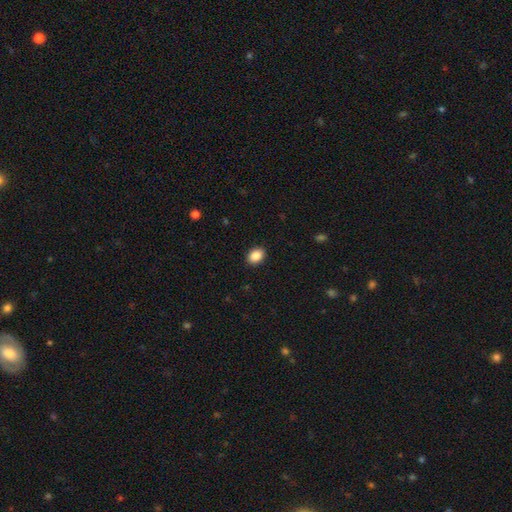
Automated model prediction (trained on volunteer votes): Smooth or featured?
  - smooth: 88% *
  - star or artifact: 8%
  - featured or disk: 4%
How rounded?
  - in between: 70% *
  - round: 29%
  - cigar-shaped: 1%
Merging?
  - none: 90% *
  - minor disturbance: 7%
  - major disturbance: 2%
  - merger: 1%